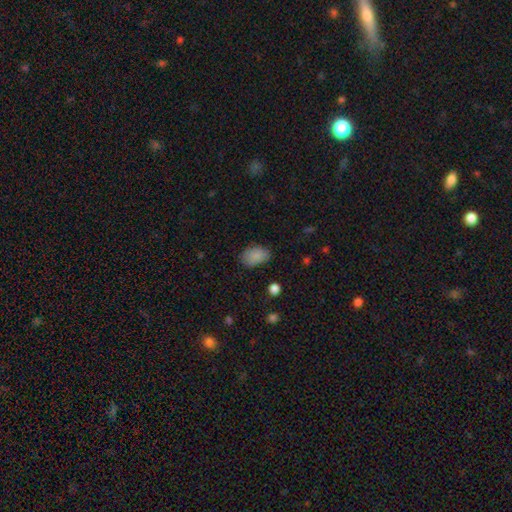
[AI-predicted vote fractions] A smooth galaxy with no disk features (87%) that is in between round and cigar-shaped (84%).

Vote fractions:
- Smooth or featured? smooth: 87% / star or artifact: 9% / featured or disk: 5%
- How rounded? in between: 84% / round: 15% / cigar-shaped: 1%
- Merging? none: 75% / minor disturbance: 19% / major disturbance: 5% / merger: 2%